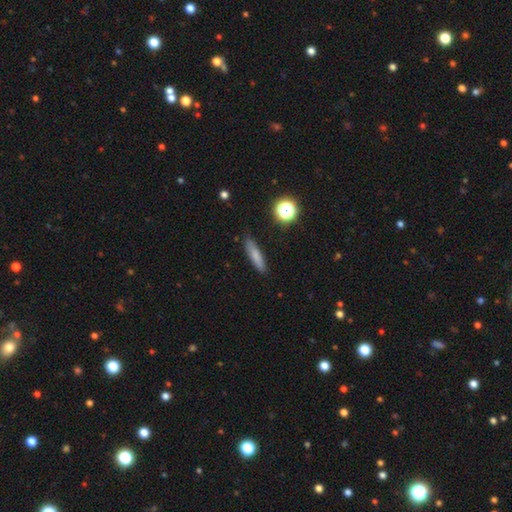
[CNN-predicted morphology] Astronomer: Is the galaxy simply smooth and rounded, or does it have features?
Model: smooth — 77%.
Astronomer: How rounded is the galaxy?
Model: cigar-shaped — 77%.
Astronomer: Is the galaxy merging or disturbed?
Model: none — 86%.